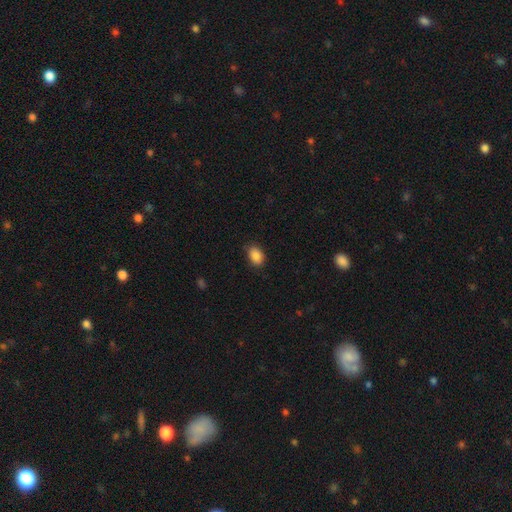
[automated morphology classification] Smooth or featured? smooth (88%)
How rounded? in between (82%)
Merging? none (82%)